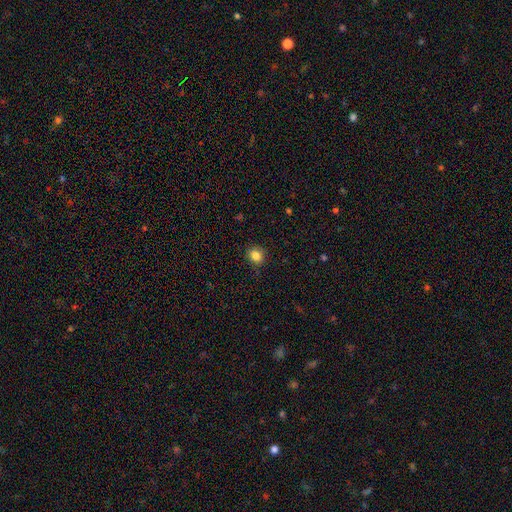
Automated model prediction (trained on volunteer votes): Smooth or featured: smooth — 84% (star or artifact — 11%)
How rounded: round — 76% (in between — 23%)
Merging: none — 87% (minor disturbance — 10%)